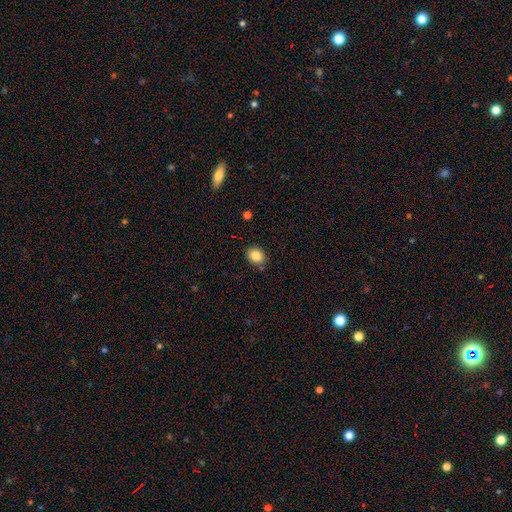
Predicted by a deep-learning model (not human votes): Overall: smooth (86%). How rounded: round (51%; in between 48%). Merging: none (85%).